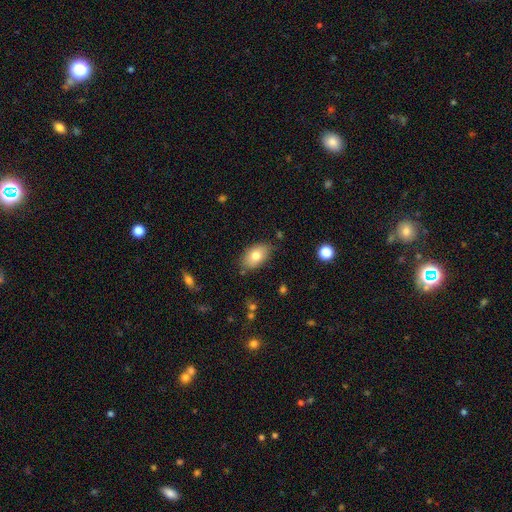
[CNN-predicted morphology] smooth_or_featured: smooth (p=0.78) [alt: featured or disk p=0.14]
how_rounded: in between (p=0.90) [alt: round p=0.08]
merging: none (p=0.78) [alt: minor disturbance p=0.16]